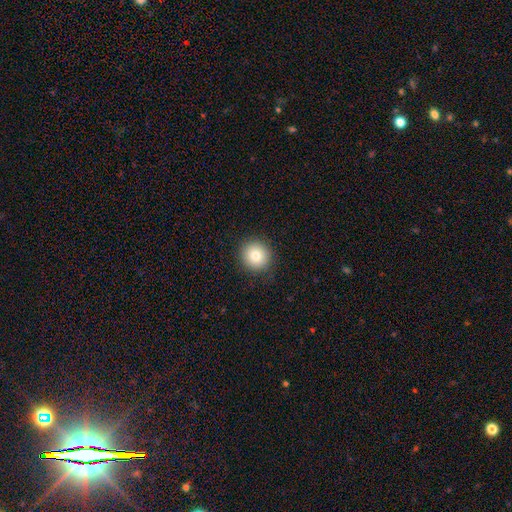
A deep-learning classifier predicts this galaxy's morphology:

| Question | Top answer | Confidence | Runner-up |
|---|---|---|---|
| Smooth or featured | smooth | 82% | star or artifact (10%) |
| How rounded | round | 90% | in between (9%) |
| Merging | none | 90% | minor disturbance (7%) |